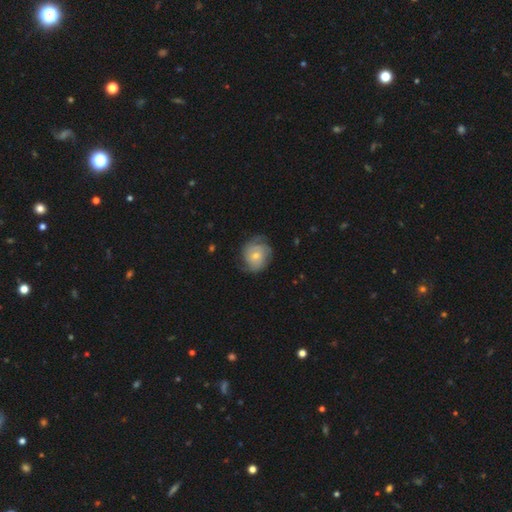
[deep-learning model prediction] Smooth or featured?
  - featured or disk: 55% *
  - smooth: 38%
  - star or artifact: 7%
Edge-on disk?
  - no: 97% *
  - yes: 3%
Bar?
  - no: 74% *
  - weak: 22%
  - strong: 4%
Spiral arms?
  - yes: 84% *
  - no: 16%
Bulge size?
  - small: 54% *
  - moderate: 42%
  - large: 2%
  - none: 2%
  - dominant: 1%
Merging?
  - none: 62% *
  - minor disturbance: 26%
  - major disturbance: 11%
  - merger: 1%